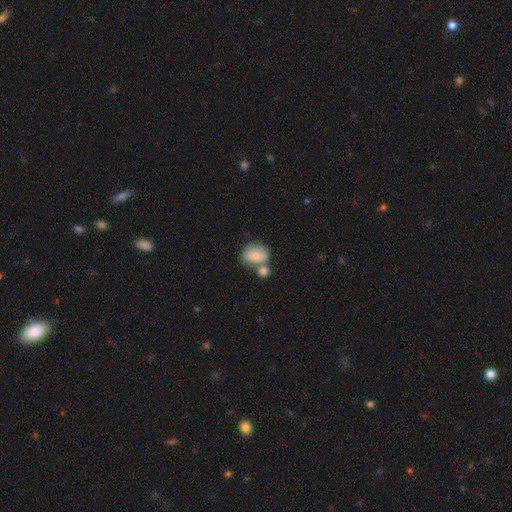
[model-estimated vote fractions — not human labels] Smooth or featured? Predicted: smooth (p=0.78). How rounded? Predicted: round (p=0.52). Merging? Predicted: merger (p=0.41).